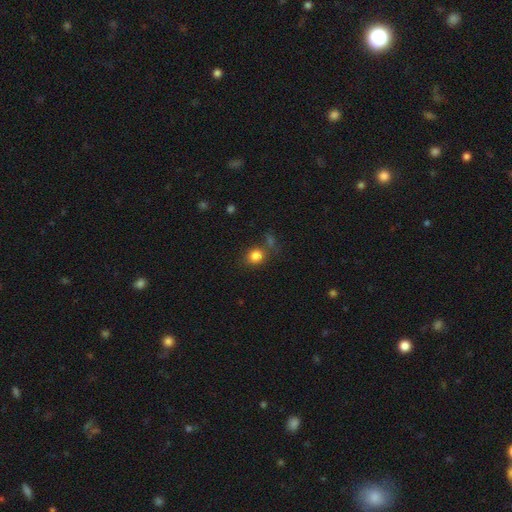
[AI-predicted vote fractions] Q: Smooth or featured?
A: smooth (83%); runner-up: star or artifact (11%)
Q: How rounded?
A: round (68%); runner-up: in between (31%)
Q: Merging?
A: none (71%); runner-up: minor disturbance (13%)